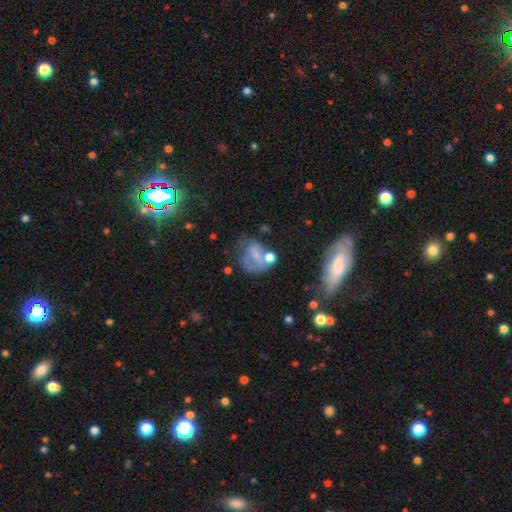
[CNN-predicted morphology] smooth_or_featured: smooth (p=0.47) [alt: featured or disk p=0.37]
merging: none (p=0.32) [alt: major disturbance p=0.29]